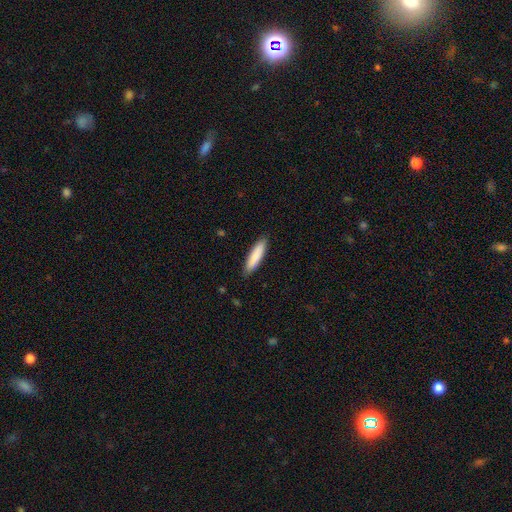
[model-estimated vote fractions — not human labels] This is clearly a smooth galaxy (86%). How rounded: likely cigar-shaped (77%). Merging: clearly none (89%).